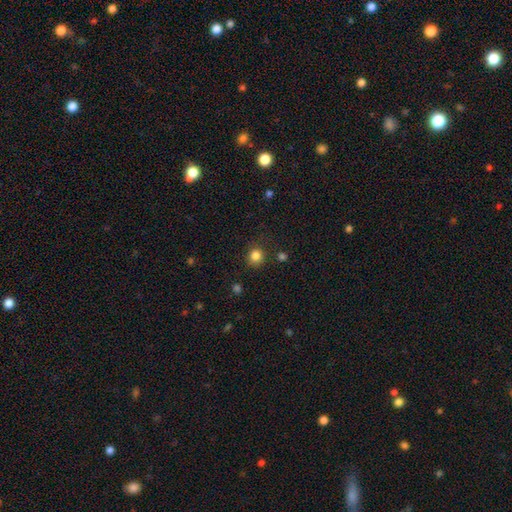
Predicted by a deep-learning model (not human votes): smooth 83%, star or artifact 12%, featured or disk 4%. Down the decision tree: how rounded — round (89%); merging — none (85%).